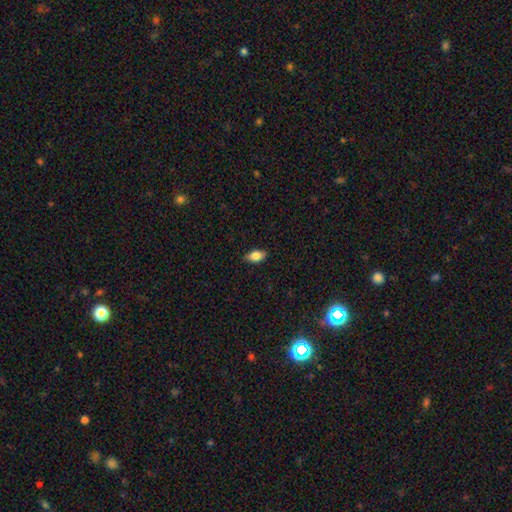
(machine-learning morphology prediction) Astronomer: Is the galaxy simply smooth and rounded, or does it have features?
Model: smooth — 77%.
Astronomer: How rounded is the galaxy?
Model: in between — 88%.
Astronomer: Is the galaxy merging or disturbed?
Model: none — 86%.